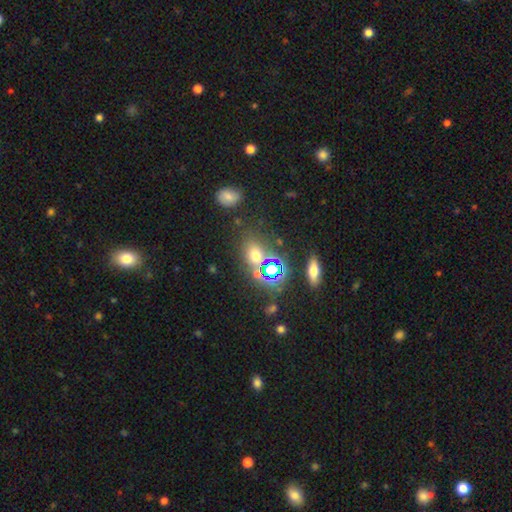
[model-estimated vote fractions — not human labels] smooth_or_featured: smooth (p=0.51) [alt: star or artifact p=0.38]
how_rounded: in between (p=0.52) [alt: round p=0.45]
merging: none (p=0.69) [alt: merger p=0.14]